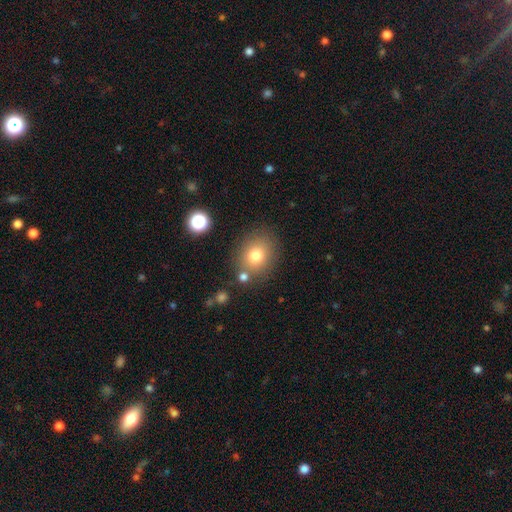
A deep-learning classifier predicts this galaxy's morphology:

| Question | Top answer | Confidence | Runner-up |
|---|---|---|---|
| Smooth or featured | smooth | 77% | star or artifact (12%) |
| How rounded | round | 56% | in between (43%) |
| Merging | none | 77% | minor disturbance (12%) |